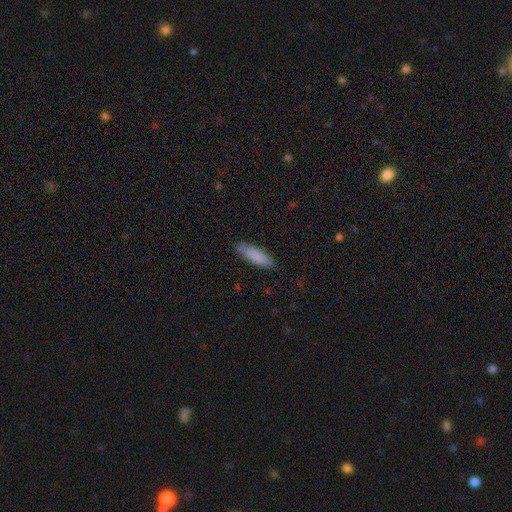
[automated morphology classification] smooth 87%, featured or disk 7%, star or artifact 6%. Down the decision tree: how rounded — cigar-shaped (59%); merging — none (87%).